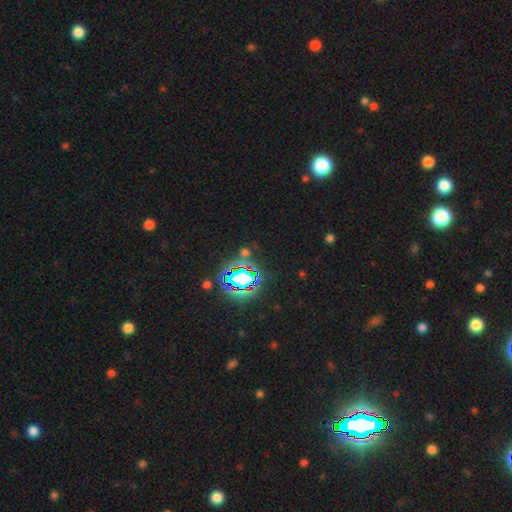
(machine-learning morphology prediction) This is clearly a star or artifact rather than a galaxy (82%).